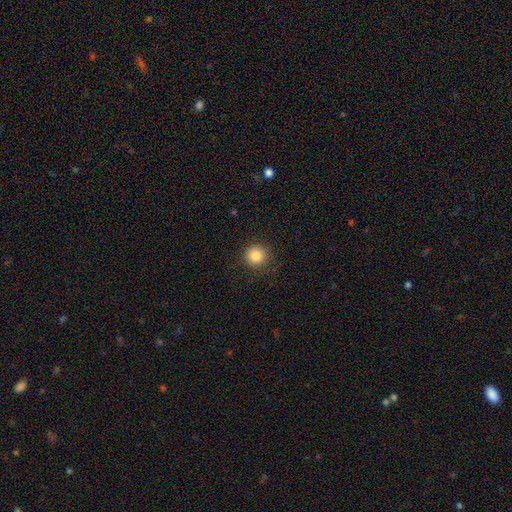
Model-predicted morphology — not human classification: type=smooth (84%); roundness=round (94%); merging=none (89%).